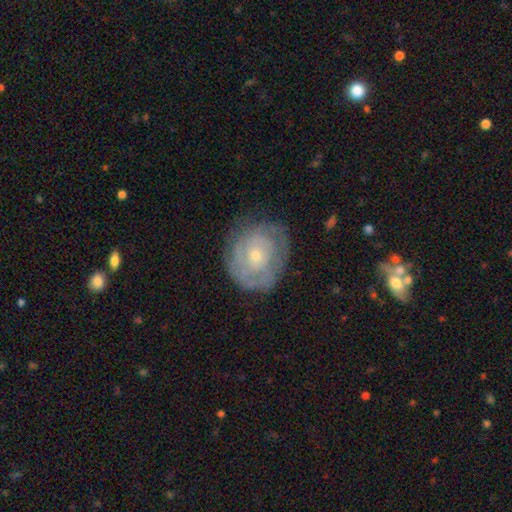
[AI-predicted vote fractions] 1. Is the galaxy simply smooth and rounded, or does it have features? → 66% featured or disk, 27% smooth, 7% star or artifact.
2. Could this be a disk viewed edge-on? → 97% no, 3% yes.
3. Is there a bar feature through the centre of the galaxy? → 82% no, 15% weak, 3% strong.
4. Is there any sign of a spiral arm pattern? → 71% yes, 29% no.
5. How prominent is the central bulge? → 68% small, 28% moderate, 1% large, 1% none, 1% dominant.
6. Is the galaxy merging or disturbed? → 69% none, 21% minor disturbance, 9% major disturbance, 1% merger.